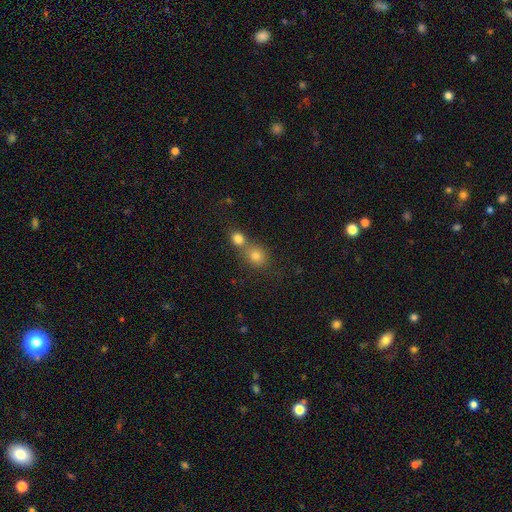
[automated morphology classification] Q: Smooth or featured?
A: smooth (77%); runner-up: star or artifact (14%)
Q: How rounded?
A: round (76%); runner-up: in between (22%)
Q: Merging?
A: merger (50%); runner-up: none (40%)